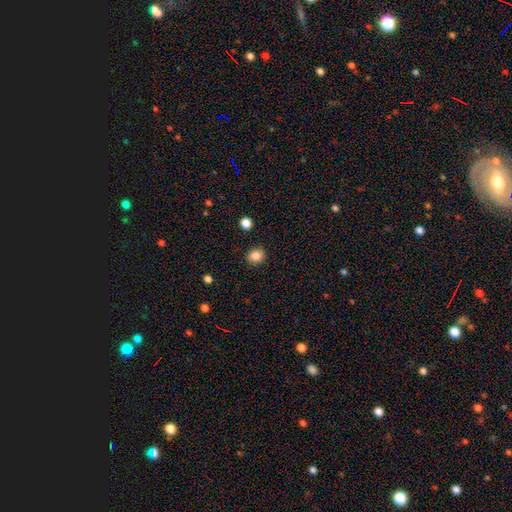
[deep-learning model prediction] Smooth or featured?
  - smooth: 86% *
  - star or artifact: 10%
  - featured or disk: 4%
How rounded?
  - round: 68% *
  - in between: 31%
  - cigar-shaped: 1%
Merging?
  - none: 90% *
  - minor disturbance: 6%
  - major disturbance: 2%
  - merger: 1%